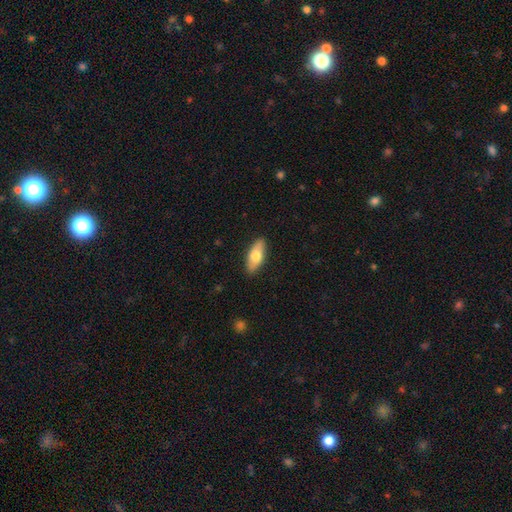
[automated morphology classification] This appears to be a smooth galaxy with no disk features (68%) that is in between round and cigar-shaped (80%). Merging: none (88%).